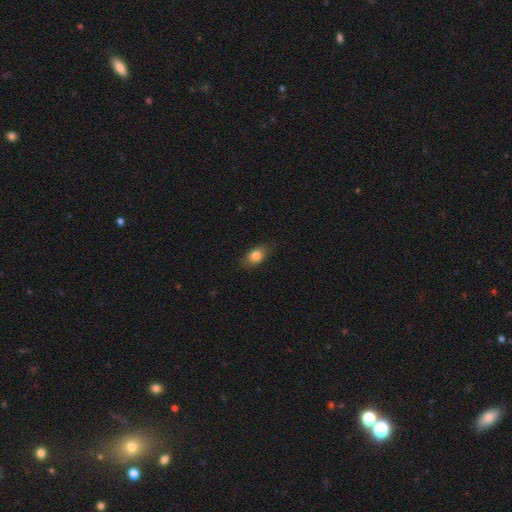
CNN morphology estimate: Overall: smooth (81%). How rounded: in between (80%). Merging: none (81%).